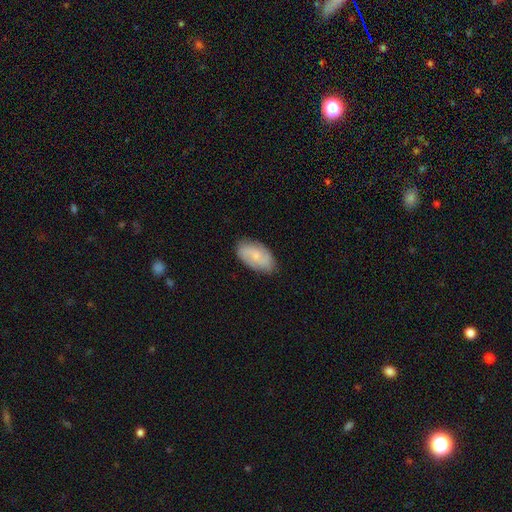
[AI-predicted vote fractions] Overall: smooth (48%; featured or disk 46%). Merging: none (81%).